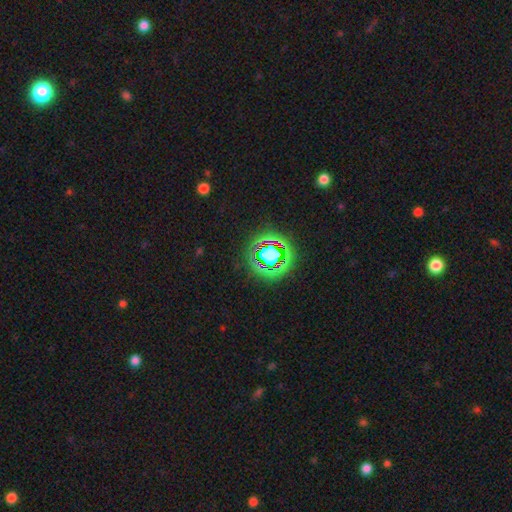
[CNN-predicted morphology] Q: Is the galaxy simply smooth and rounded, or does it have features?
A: star or artifact — 81%.